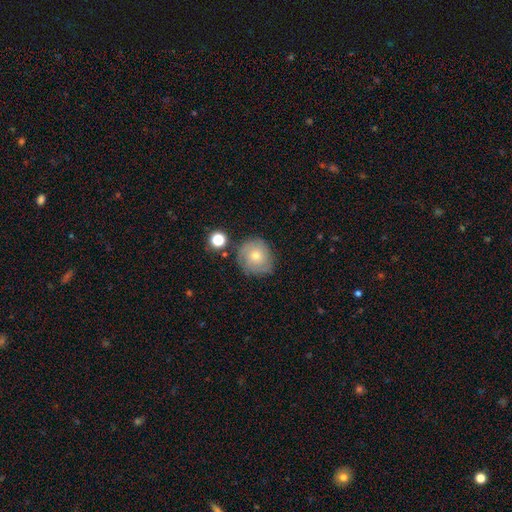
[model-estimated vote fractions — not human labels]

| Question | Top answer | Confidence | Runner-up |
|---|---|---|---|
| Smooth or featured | smooth | 61% | featured or disk (29%) |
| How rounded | round | 88% | in between (11%) |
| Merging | none | 71% | minor disturbance (19%) |